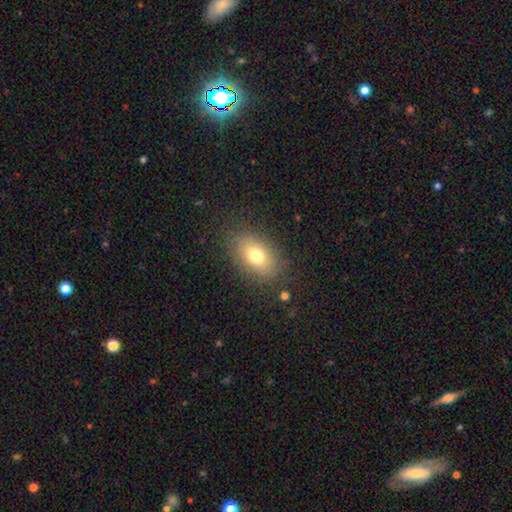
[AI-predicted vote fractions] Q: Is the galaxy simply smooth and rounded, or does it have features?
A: smooth — 73%.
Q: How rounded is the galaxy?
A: in between — 84%.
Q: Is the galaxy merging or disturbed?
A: none — 82%.